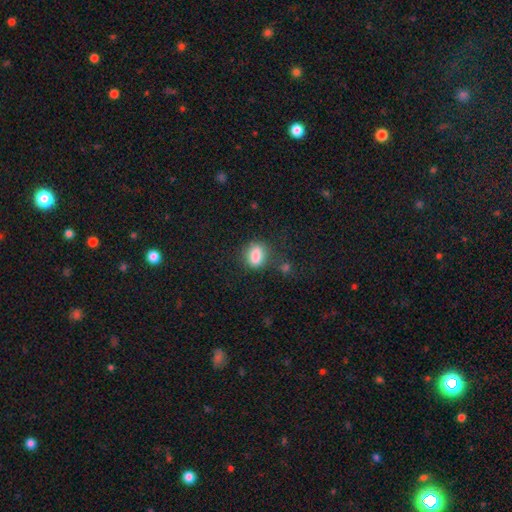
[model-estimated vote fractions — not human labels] Smooth or featured?
  - smooth: 84% *
  - star or artifact: 10%
  - featured or disk: 7%
How rounded?
  - in between: 71% *
  - round: 23%
  - cigar-shaped: 6%
Merging?
  - none: 71% *
  - minor disturbance: 16%
  - major disturbance: 6%
  - merger: 6%